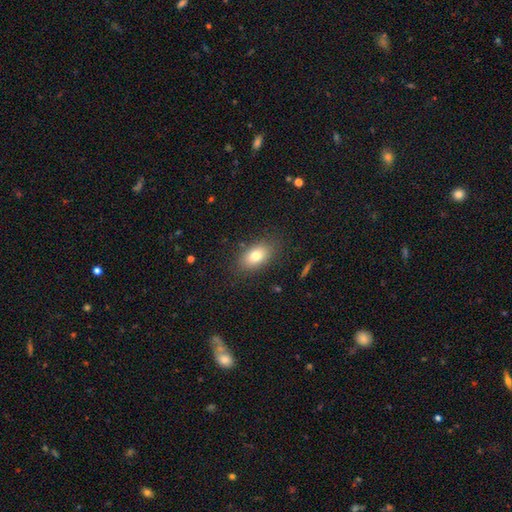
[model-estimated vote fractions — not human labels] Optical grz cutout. It shows a smooth galaxy with no disk features (79%) that is in between round and cigar-shaped (88%). Merging: none (84%).